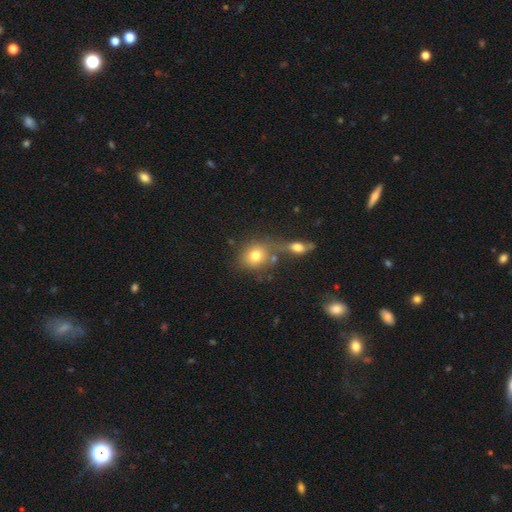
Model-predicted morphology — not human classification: Smooth or featured? smooth (76%)
How rounded? round (73%)
Merging? none (51%)